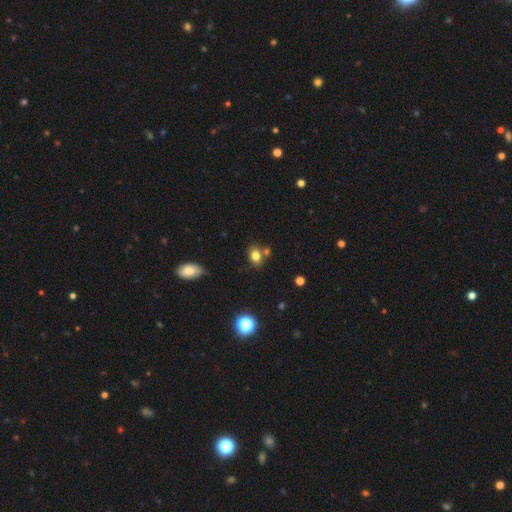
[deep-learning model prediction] A smooth galaxy with no disk features (79%) that is round (51%). Merging: none (64%).